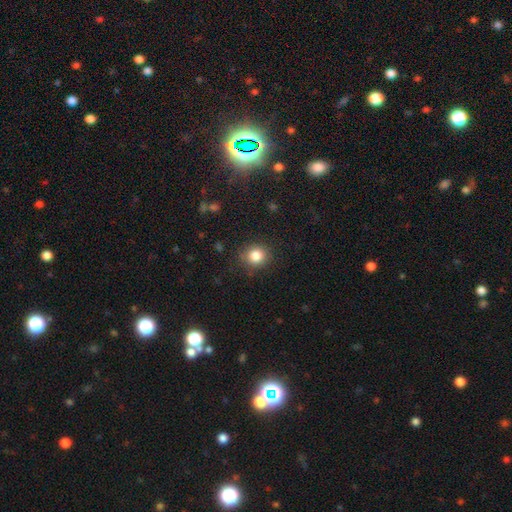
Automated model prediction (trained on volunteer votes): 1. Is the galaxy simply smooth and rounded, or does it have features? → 83% smooth, 11% star or artifact, 6% featured or disk.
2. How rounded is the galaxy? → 85% round, 14% in between, 1% cigar-shaped.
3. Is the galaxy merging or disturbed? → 87% none, 9% minor disturbance, 3% major disturbance, 1% merger.